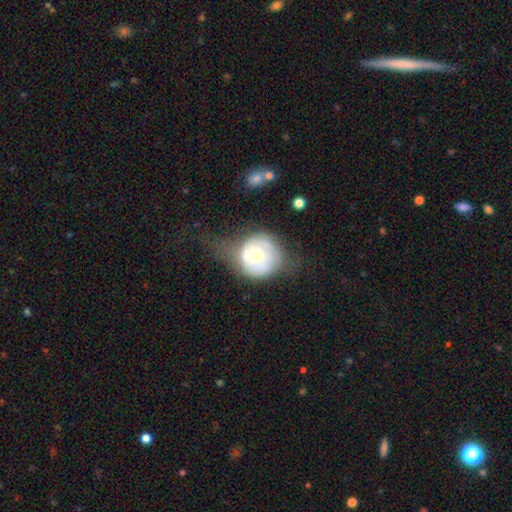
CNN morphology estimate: A smooth galaxy with no disk features (48%). Merging: major disturbance (37%).